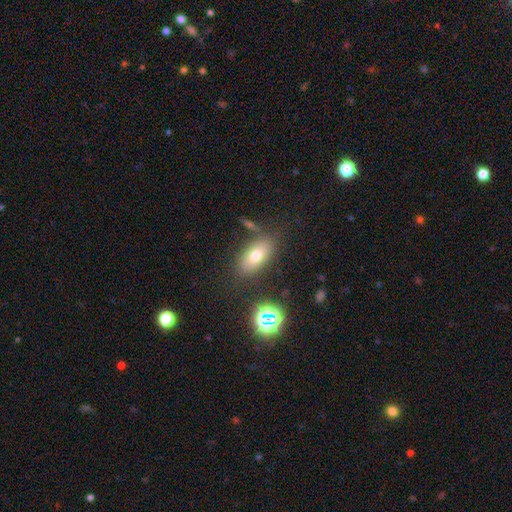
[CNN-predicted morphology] Smooth or featured: smooth — 69% (featured or disk — 16%)
How rounded: in between — 85% (round — 8%)
Merging: none — 77% (minor disturbance — 13%)